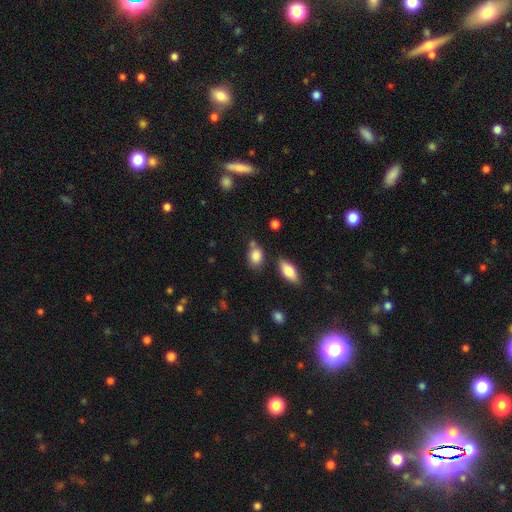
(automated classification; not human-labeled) Smooth or featured?
  - smooth: 85% *
  - star or artifact: 8%
  - featured or disk: 7%
How rounded?
  - in between: 73% *
  - round: 25%
  - cigar-shaped: 2%
Merging?
  - none: 62% *
  - minor disturbance: 20%
  - merger: 13%
  - major disturbance: 5%